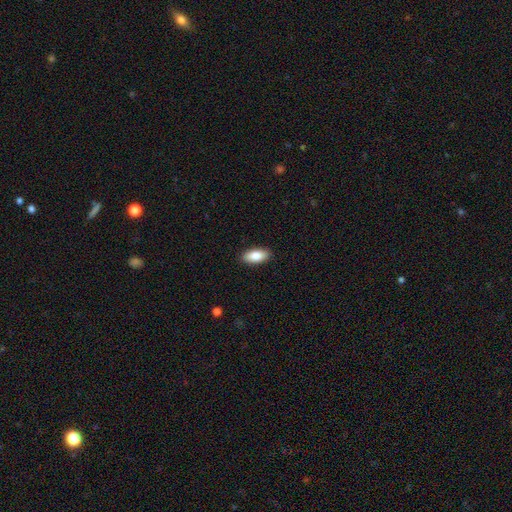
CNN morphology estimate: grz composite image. It shows a smooth galaxy with no disk features (84%) that is in between round and cigar-shaped (89%). Merging: none (90%).